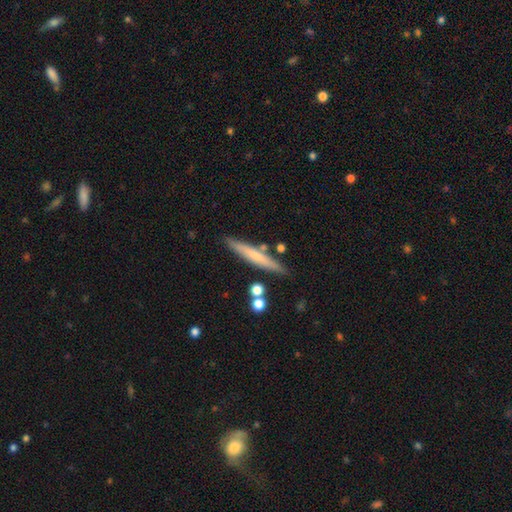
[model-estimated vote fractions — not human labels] This is possibly a smooth galaxy (56%). How rounded: clearly cigar-shaped (94%). Merging: clearly none (82%).